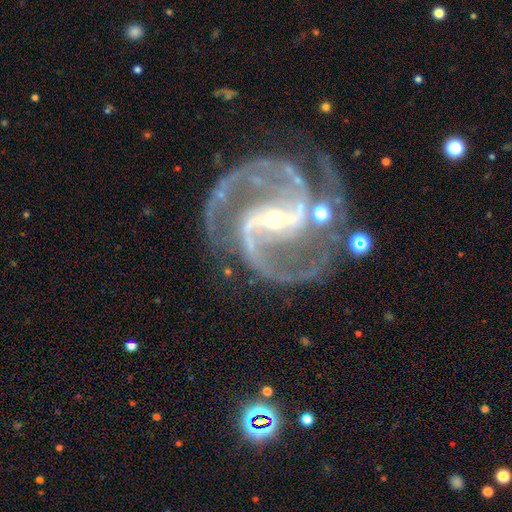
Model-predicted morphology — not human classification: A featured or disk galaxy (93%) with a strong bar (62%), 2 (65%) medium (60%) spiral arms (99%) and a small central bulge (75%). Merging: none (69%).